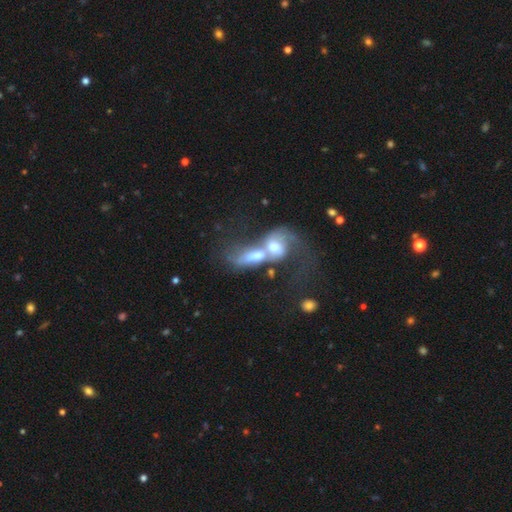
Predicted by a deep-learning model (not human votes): Overall: featured or disk (48%; smooth 43%). Merging: merger (77%).